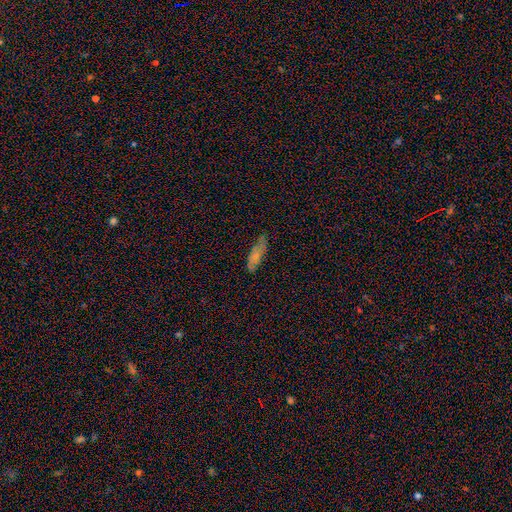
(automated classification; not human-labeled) Morphology: type=smooth (66%); roundness=in between (53%); merging=none (65%).